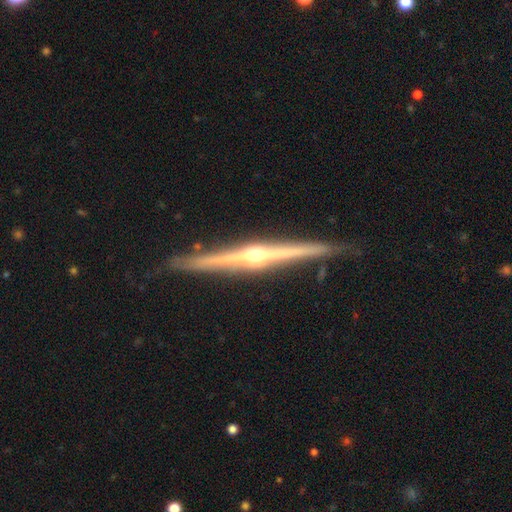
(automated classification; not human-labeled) This appears to be a featured or disk galaxy (89%) viewed edge-on (99%) with a rounded central bulge (94%). Merging: none (89%).